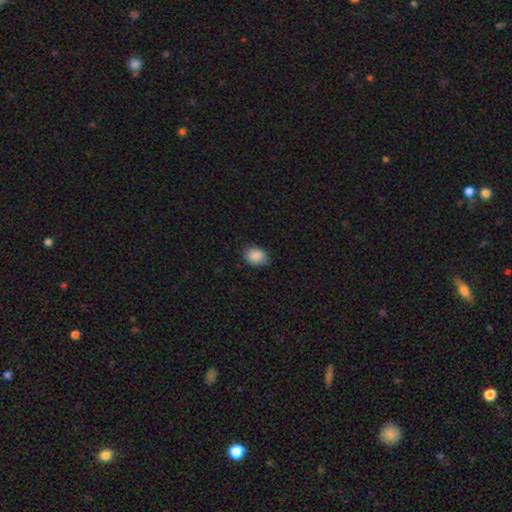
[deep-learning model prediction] smooth-or-featured: smooth: 89% | star or artifact: 7% | featured or disk: 4%
  how-rounded: in between: 69% | round: 30% | cigar-shaped: 1%
  merging: none: 79% | minor disturbance: 18% | major disturbance: 3% | merger: 1%